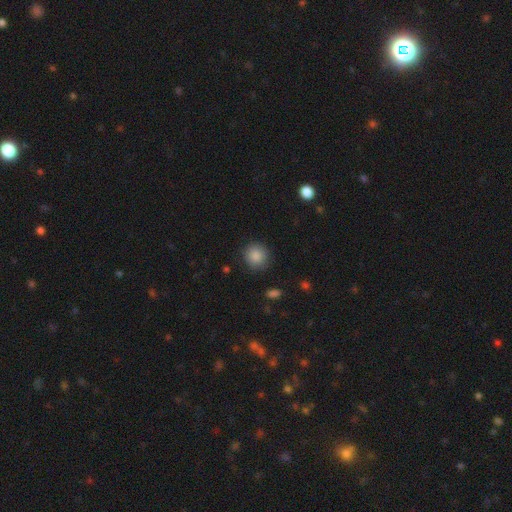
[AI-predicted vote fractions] Smooth or featured? Predicted: smooth (p=0.87). How rounded? Predicted: round (p=0.91). Merging? Predicted: none (p=0.86).